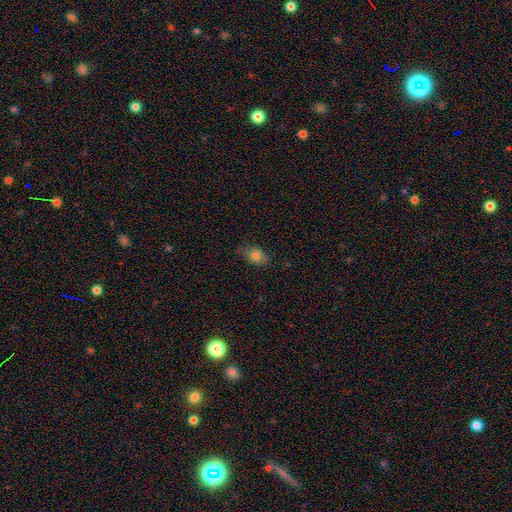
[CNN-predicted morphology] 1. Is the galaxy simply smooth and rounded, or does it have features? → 79% smooth, 11% featured or disk, 10% star or artifact.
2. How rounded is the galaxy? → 72% in between, 27% round, 1% cigar-shaped.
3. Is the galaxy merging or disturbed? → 72% none, 23% minor disturbance, 4% major disturbance, 1% merger.